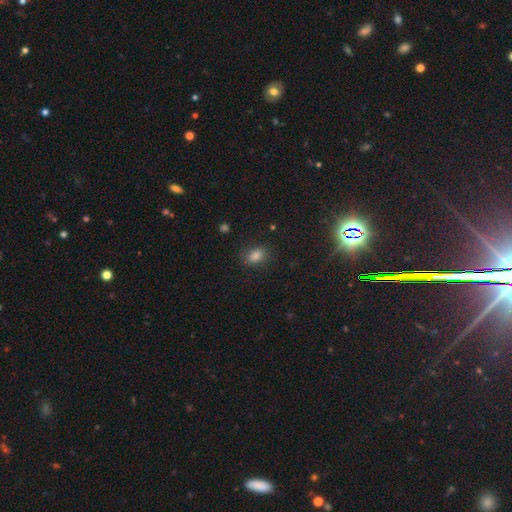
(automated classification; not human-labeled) A smooth galaxy with no disk features (78%) that is in between round and cigar-shaped (79%).

Vote fractions:
- Smooth or featured? smooth: 78% / star or artifact: 16% / featured or disk: 6%
- How rounded? in between: 79% / round: 19% / cigar-shaped: 2%
- Merging? none: 83% / minor disturbance: 12% / major disturbance: 3% / merger: 1%